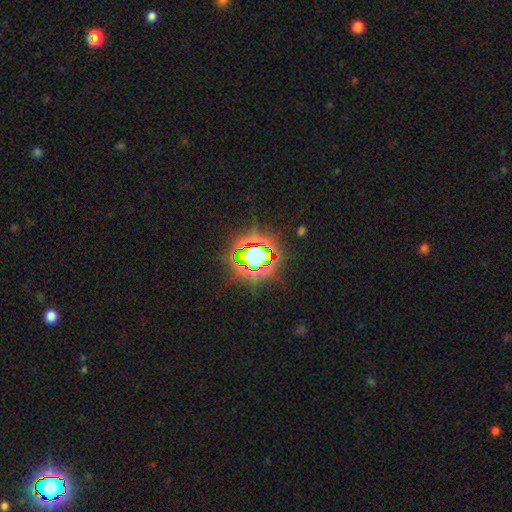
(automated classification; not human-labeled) Overall: star or artifact (75%).